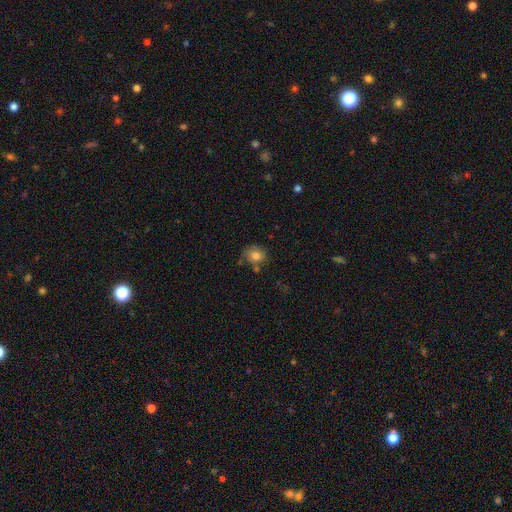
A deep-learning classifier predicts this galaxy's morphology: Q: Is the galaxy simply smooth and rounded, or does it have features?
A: smooth — 80%.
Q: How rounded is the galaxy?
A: round — 66%.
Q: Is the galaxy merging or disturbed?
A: none — 64%.